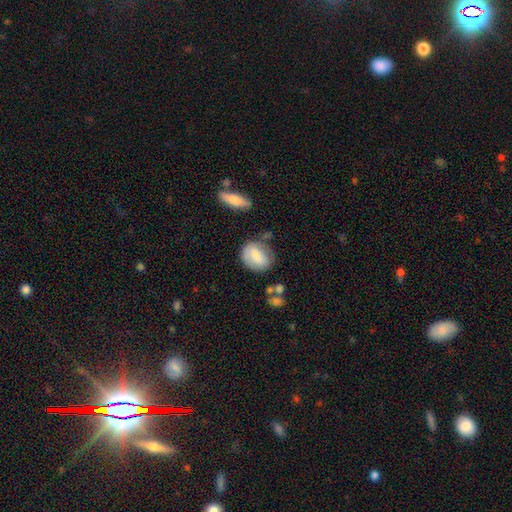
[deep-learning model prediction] A smooth galaxy with no disk features (71%) that is in between round and cigar-shaped (56%). Merging: none (60%).